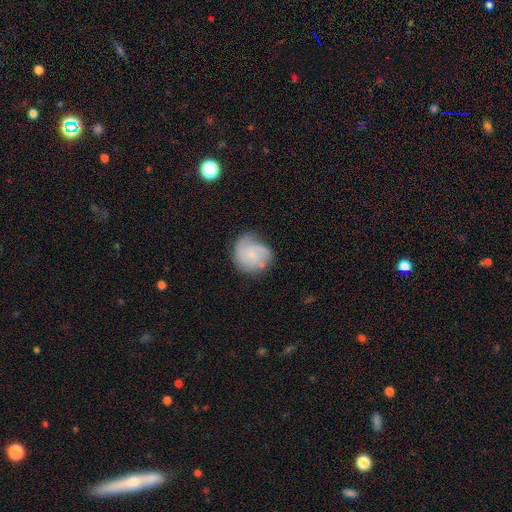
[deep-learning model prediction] Q: Smooth or featured?
A: featured or disk (60%); runner-up: smooth (33%)
Q: Edge-on disk?
A: no (98%); runner-up: yes (2%)
Q: Bar?
A: no (71%); runner-up: weak (26%)
Q: Spiral arms?
A: yes (89%); runner-up: no (11%)
Q: Spiral winding?
A: tight (45%); runner-up: medium (38%)
Q: Spiral arm count?
A: 3 (28%); runner-up: can't tell (26%)
Q: Bulge size?
A: small (58%); runner-up: none (23%)
Q: Merging?
A: none (57%); runner-up: minor disturbance (26%)